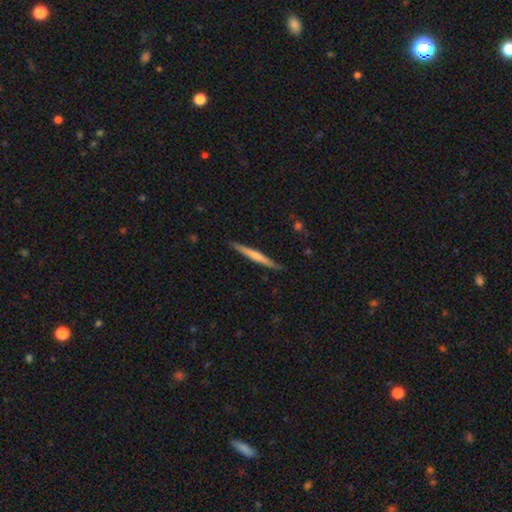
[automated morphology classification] Smooth or featured? smooth (49%)
Merging? none (89%)